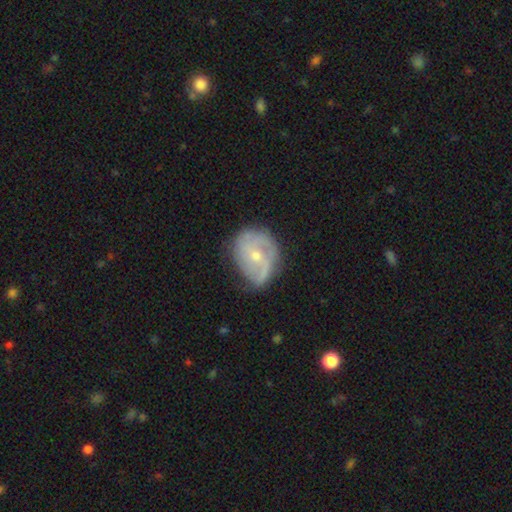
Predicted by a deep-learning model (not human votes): smooth-or-featured: featured or disk: 68% | smooth: 25% | star or artifact: 7%
  disk-edge-on: no: 97% | yes: 3%
    bar: no: 68% | weak: 27% | strong: 6%
    has-spiral-arms: yes: 79% | no: 21%
      spiral-winding: medium: 38% | tight: 37% | loose: 24%
      spiral-arm-count: 2: 42% | can't tell: 28% | 1: 14% | 3: 11% | 4: 3% | more than 4: 2%
    bulge-size: small: 54% | moderate: 43% | none: 1% | large: 1% | dominant: 1%
  merging: none: 49% | minor disturbance: 34% | major disturbance: 15% | merger: 2%